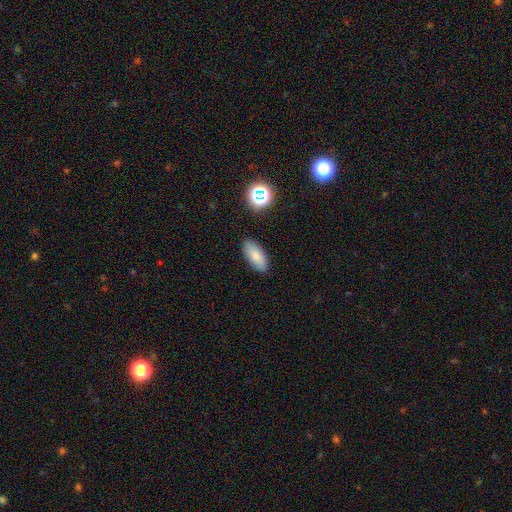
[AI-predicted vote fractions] A smooth galaxy with no disk features (84%) that is in between round and cigar-shaped (87%).

Vote fractions:
- Smooth or featured? smooth: 84% / star or artifact: 9% / featured or disk: 8%
- How rounded? in between: 87% / cigar-shaped: 11% / round: 2%
- Merging? none: 87% / minor disturbance: 9% / major disturbance: 2% / merger: 2%